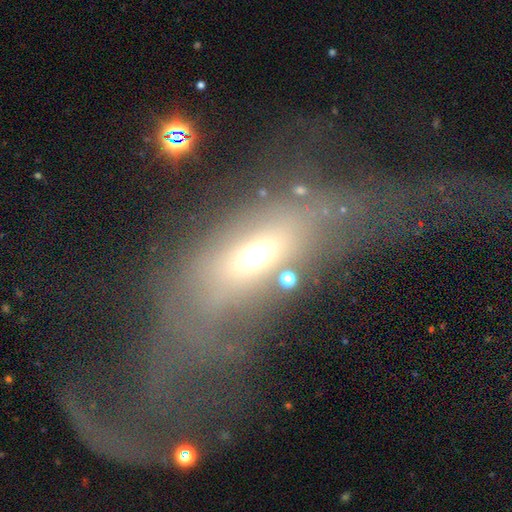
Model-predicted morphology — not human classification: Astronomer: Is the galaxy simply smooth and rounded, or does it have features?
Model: featured or disk — 62%.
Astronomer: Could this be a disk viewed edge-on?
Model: no — 80%.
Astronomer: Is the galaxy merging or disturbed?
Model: major disturbance — 68%.